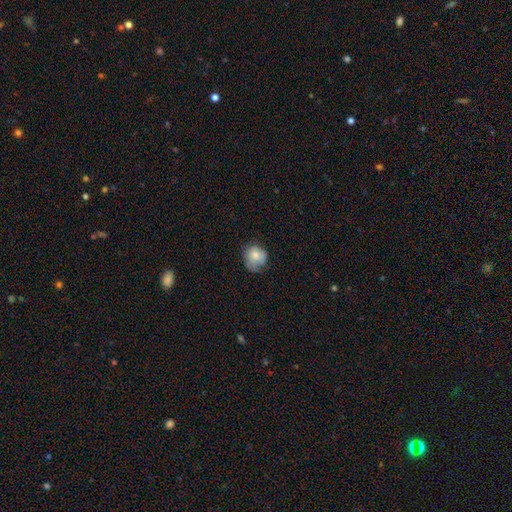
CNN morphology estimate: A smooth galaxy with no disk features (75%) that is round (73%). Merging: none (53%).